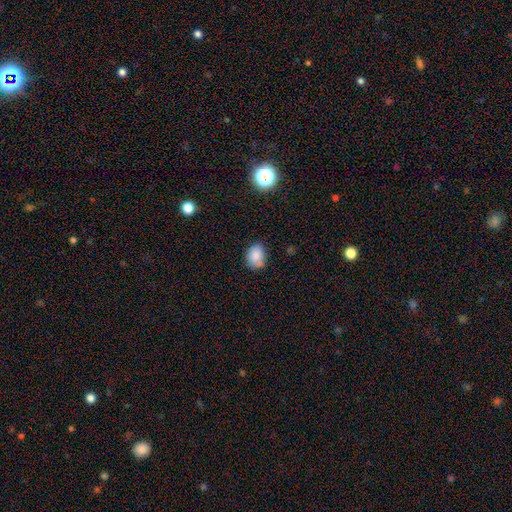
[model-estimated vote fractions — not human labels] A smooth galaxy with no disk features (84%) that is in between round and cigar-shaped (59%). Merging: none (69%).